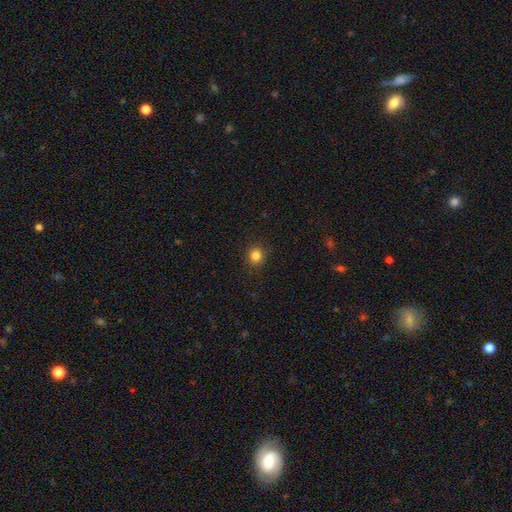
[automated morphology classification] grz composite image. It shows a smooth galaxy with no disk features (84%) that is round (89%). Merging: none (91%).